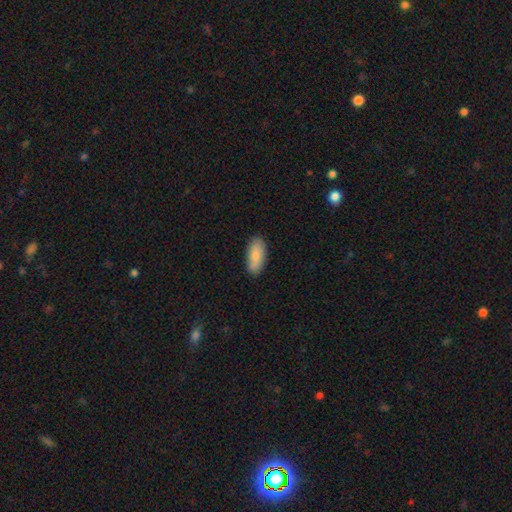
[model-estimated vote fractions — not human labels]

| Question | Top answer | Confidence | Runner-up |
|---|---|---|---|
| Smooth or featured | smooth | 84% | featured or disk (10%) |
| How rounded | in between | 86% | cigar-shaped (12%) |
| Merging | none | 84% | minor disturbance (13%) |